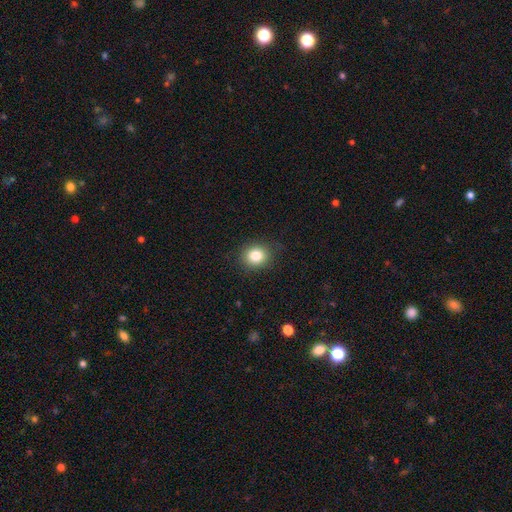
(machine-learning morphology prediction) This is clearly a smooth galaxy (83%). How rounded: likely round (75%). Merging: clearly none (87%).